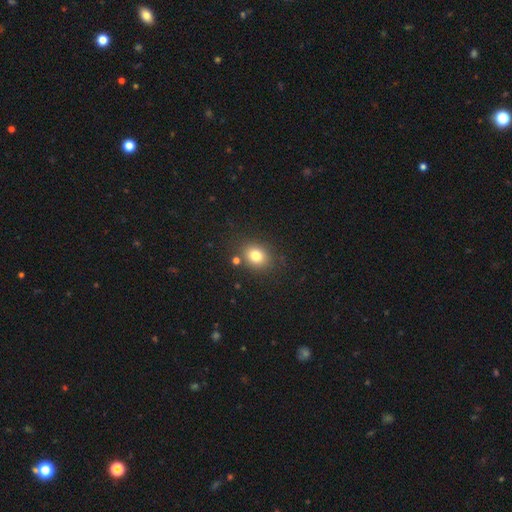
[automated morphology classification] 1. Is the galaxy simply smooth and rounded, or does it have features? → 79% smooth, 12% star or artifact, 8% featured or disk.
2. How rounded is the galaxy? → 59% round, 40% in between, 1% cigar-shaped.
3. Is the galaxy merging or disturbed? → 80% none, 10% minor disturbance, 7% merger, 3% major disturbance.